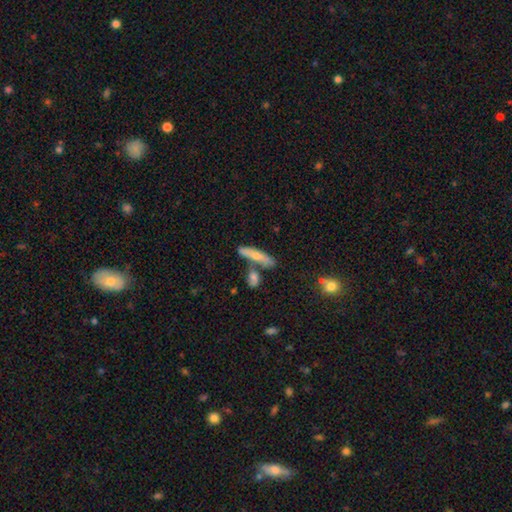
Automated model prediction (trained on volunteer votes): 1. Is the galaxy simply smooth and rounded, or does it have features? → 59% smooth, 34% featured or disk, 7% star or artifact.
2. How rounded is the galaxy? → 81% cigar-shaped, 17% in between, 2% round.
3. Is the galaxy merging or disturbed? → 61% none, 21% merger, 14% minor disturbance, 4% major disturbance.